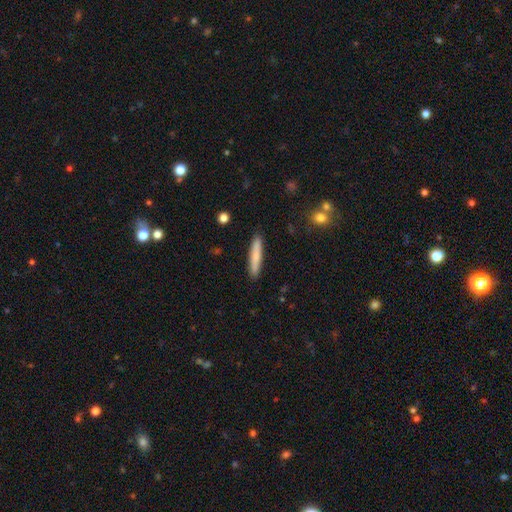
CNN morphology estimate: smooth 74%, featured or disk 20%, star or artifact 6%. Down the decision tree: how rounded — cigar-shaped (92%); merging — none (90%).